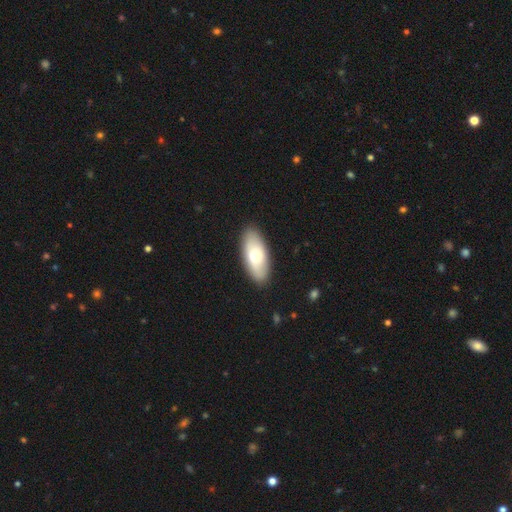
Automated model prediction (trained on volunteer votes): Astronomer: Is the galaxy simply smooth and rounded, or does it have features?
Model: smooth — 67%.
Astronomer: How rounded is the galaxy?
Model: in between — 87%.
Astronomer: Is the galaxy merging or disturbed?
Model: none — 89%.